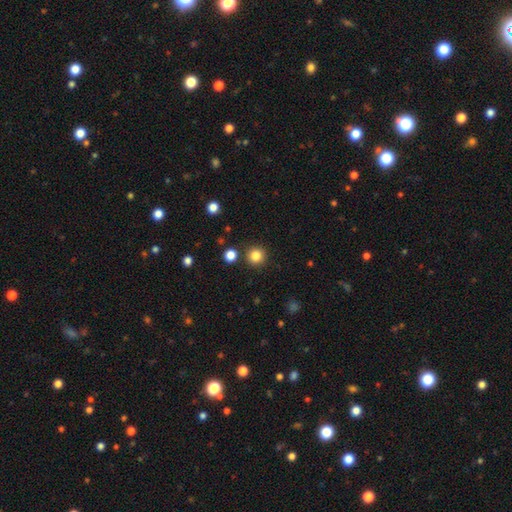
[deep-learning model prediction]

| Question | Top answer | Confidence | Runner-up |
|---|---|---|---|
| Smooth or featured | smooth | 84% | star or artifact (12%) |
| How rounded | round | 95% | in between (4%) |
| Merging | none | 89% | minor disturbance (5%) |